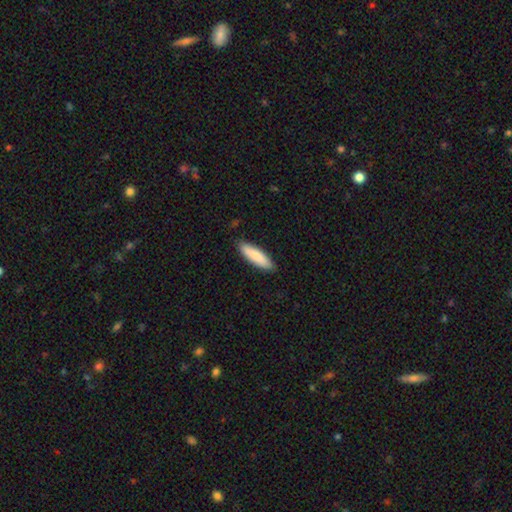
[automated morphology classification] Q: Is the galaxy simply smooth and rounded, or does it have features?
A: smooth — 83%.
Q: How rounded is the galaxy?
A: cigar-shaped — 64%.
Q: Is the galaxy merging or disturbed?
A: none — 87%.